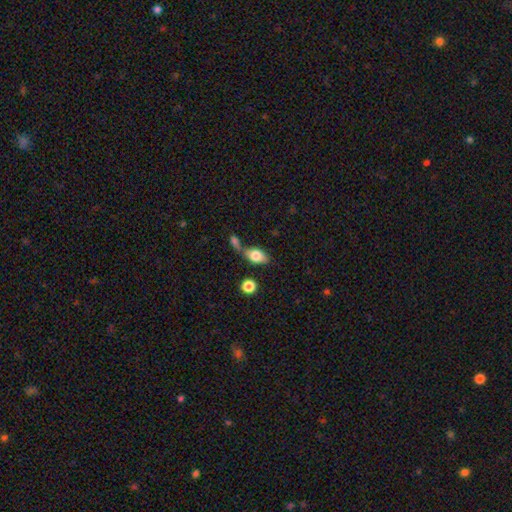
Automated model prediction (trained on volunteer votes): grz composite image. It shows a smooth galaxy with no disk features (77%) that is in between round and cigar-shaped (84%). Merging: none (45%).